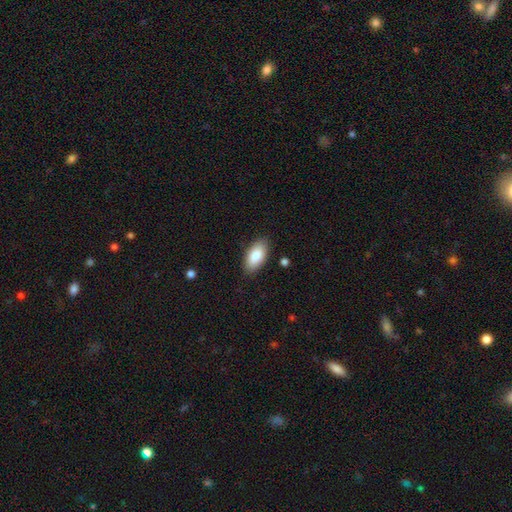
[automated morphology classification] Smooth or featured? smooth (83%)
How rounded? in between (92%)
Merging? none (86%)